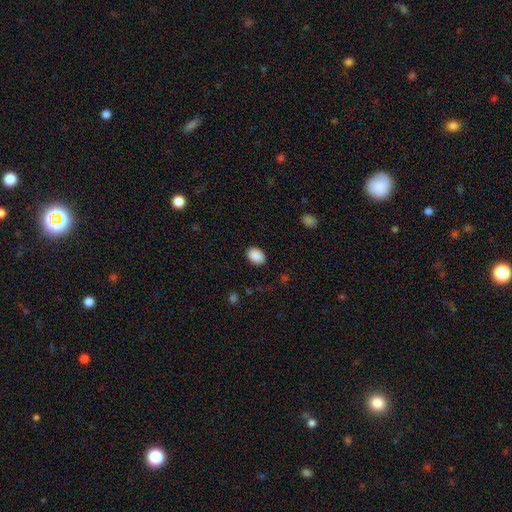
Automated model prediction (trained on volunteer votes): Smooth or featured?
  - smooth: 90% *
  - star or artifact: 7%
  - featured or disk: 3%
How rounded?
  - in between: 80% *
  - round: 19%
  - cigar-shaped: 1%
Merging?
  - none: 87% *
  - minor disturbance: 9%
  - major disturbance: 3%
  - merger: 1%